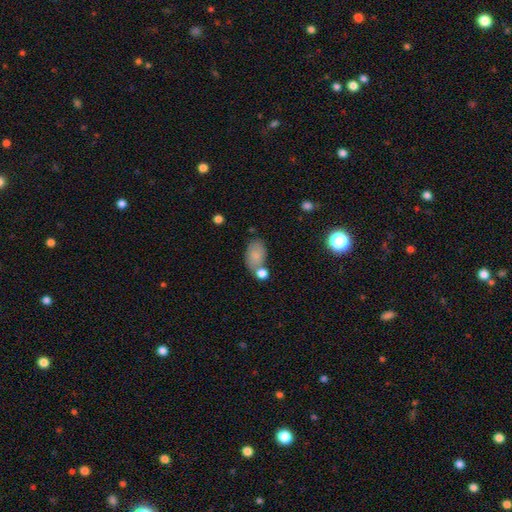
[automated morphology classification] type=smooth (80%); roundness=in between (90%); merging=none (55%).